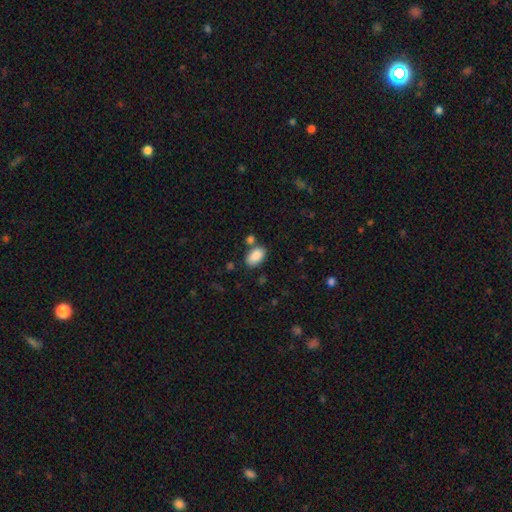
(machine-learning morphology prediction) A smooth galaxy with no disk features (88%) that is in between round and cigar-shaped (93%). Merging: none (69%).